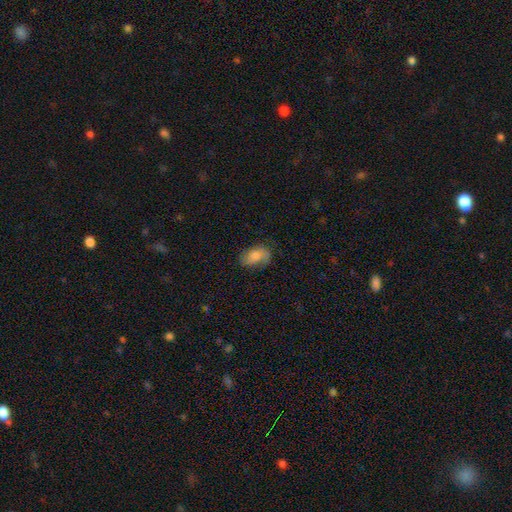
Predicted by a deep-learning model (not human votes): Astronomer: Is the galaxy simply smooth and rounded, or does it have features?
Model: smooth — 73%.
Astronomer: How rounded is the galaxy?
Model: in between — 87%.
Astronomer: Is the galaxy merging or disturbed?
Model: none — 64%.